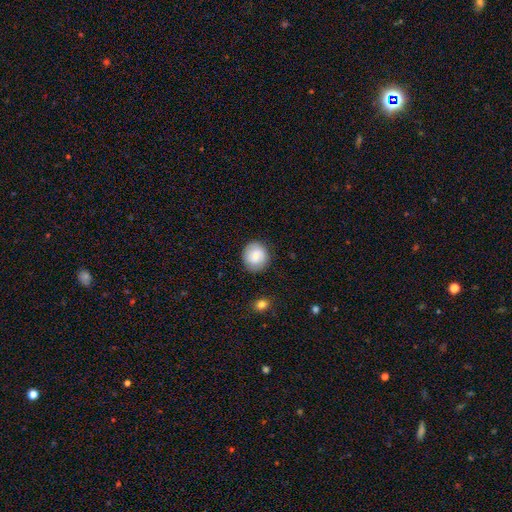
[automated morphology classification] smooth-or-featured: smooth: 82% | featured or disk: 11% | star or artifact: 7%
  how-rounded: round: 77% | in between: 22% | cigar-shaped: 1%
  merging: none: 85% | minor disturbance: 11% | major disturbance: 3% | merger: 1%